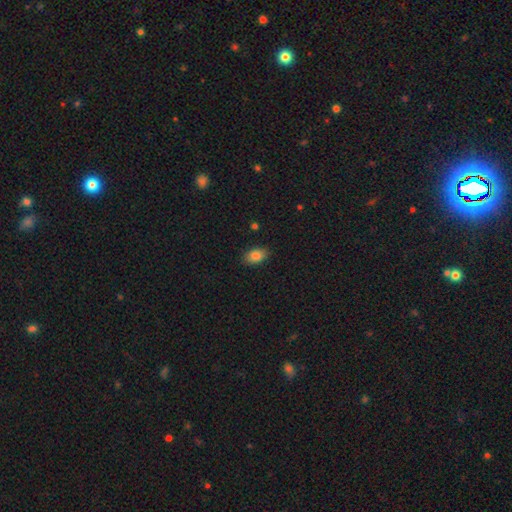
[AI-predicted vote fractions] A smooth galaxy with no disk features (84%) that is in between round and cigar-shaped (88%). Merging: none (85%).